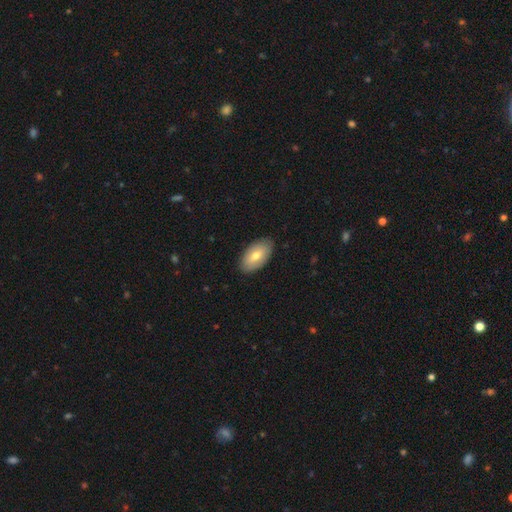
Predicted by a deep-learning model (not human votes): The model was most divided on "smooth or featured": smooth: 71%, featured or disk: 23%, star or artifact: 6%. More confident: how rounded — in between (95%); merging — none (87%).